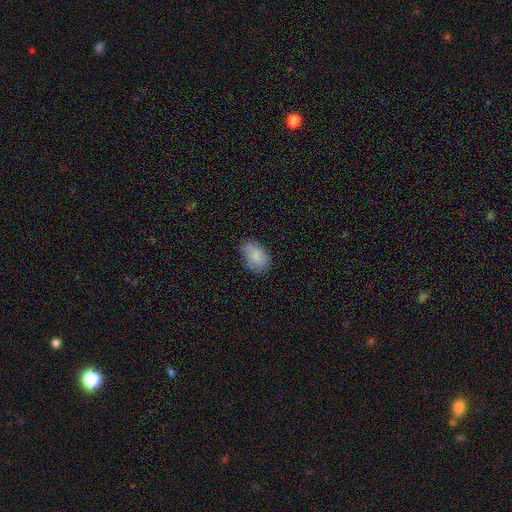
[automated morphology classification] Smooth or featured? Predicted: smooth (p=0.85). How rounded? Predicted: in between (p=0.89). Merging? Predicted: none (p=0.73).